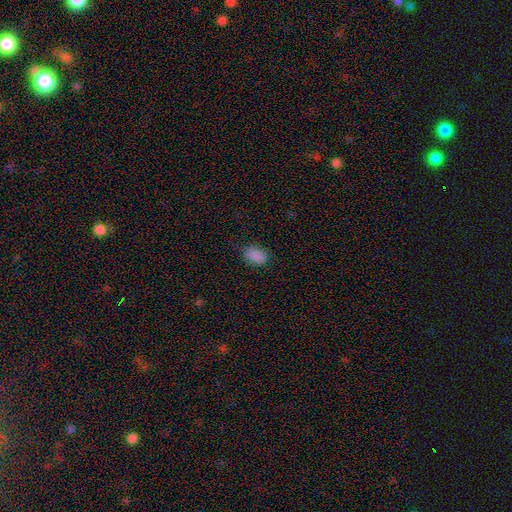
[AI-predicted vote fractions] Q: Smooth or featured?
A: smooth (87%); runner-up: star or artifact (10%)
Q: How rounded?
A: in between (89%); runner-up: round (10%)
Q: Merging?
A: none (79%); runner-up: minor disturbance (16%)